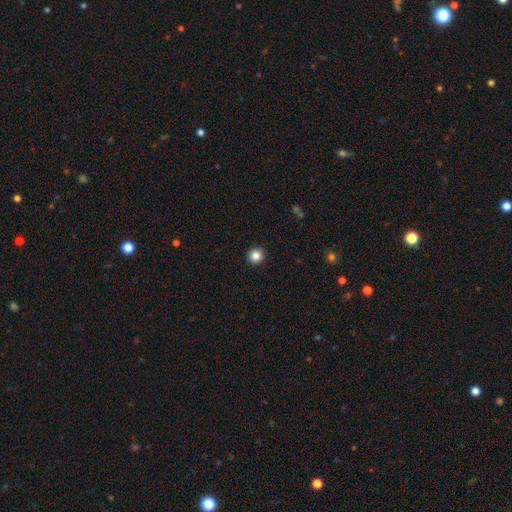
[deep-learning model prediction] A smooth galaxy with no disk features (85%) that is round (94%).

Vote fractions:
- Smooth or featured? smooth: 85% / star or artifact: 11% / featured or disk: 4%
- How rounded? round: 94% / in between: 5% / cigar-shaped: 1%
- Merging? none: 93% / minor disturbance: 4% / major disturbance: 1% / merger: 1%